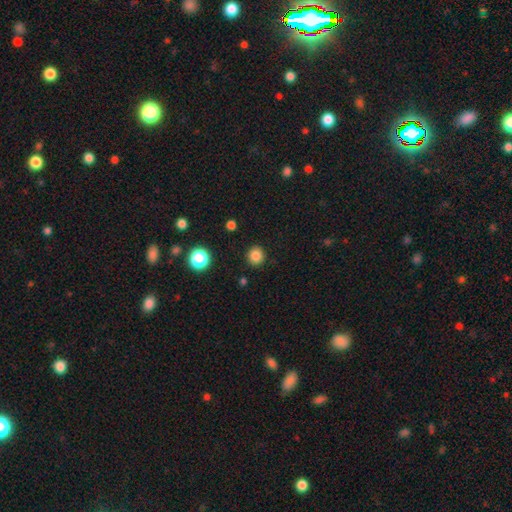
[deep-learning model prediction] Q: Smooth or featured?
A: smooth (84%); runner-up: star or artifact (12%)
Q: How rounded?
A: round (89%); runner-up: in between (10%)
Q: Merging?
A: none (90%); runner-up: minor disturbance (6%)